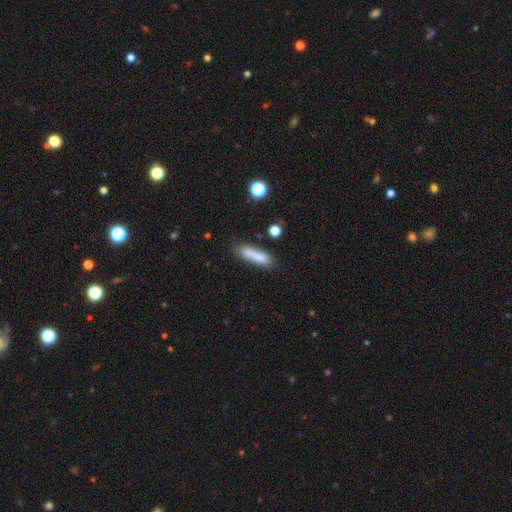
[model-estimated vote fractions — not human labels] The model was most divided on "how rounded": cigar-shaped: 71%, in between: 27%, round: 2%. More confident: smooth or featured — smooth (80%); merging — none (70%).